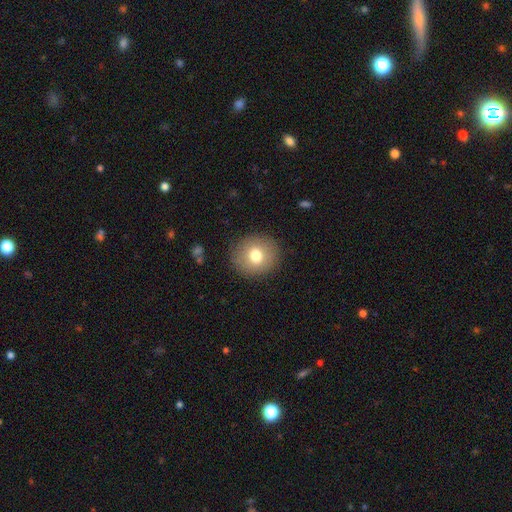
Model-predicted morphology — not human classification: Smooth or featured? Predicted: smooth (p=0.75). How rounded? Predicted: round (p=0.88). Merging? Predicted: none (p=0.89).